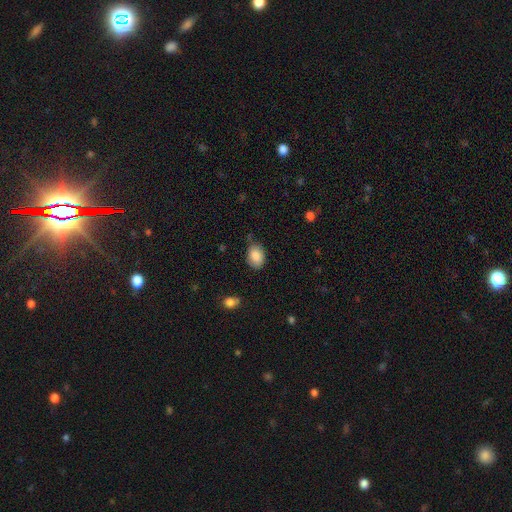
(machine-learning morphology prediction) This is clearly a smooth galaxy (86%). How rounded: likely in between (79%). Merging: likely none (73%).